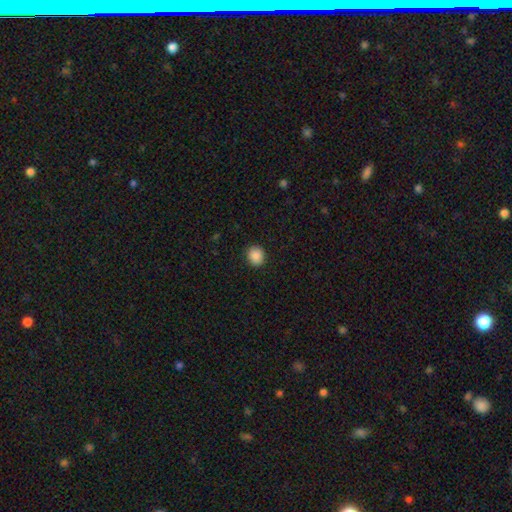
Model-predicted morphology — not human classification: A smooth galaxy with no disk features (88%) that is round (77%).

Vote fractions:
- Smooth or featured? smooth: 88% / star or artifact: 9% / featured or disk: 3%
- How rounded? round: 77% / in between: 22% / cigar-shaped: 1%
- Merging? none: 91% / minor disturbance: 6% / major disturbance: 2% / merger: 1%